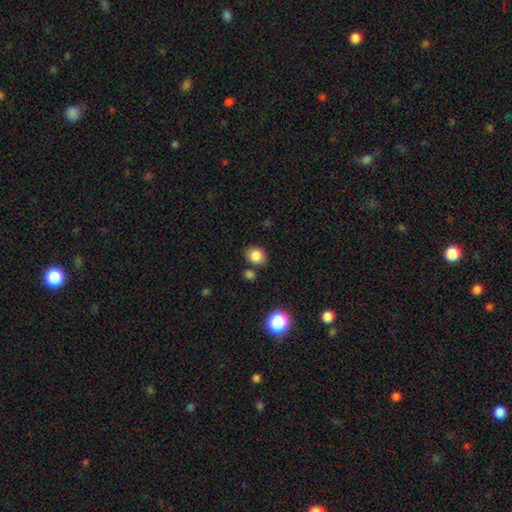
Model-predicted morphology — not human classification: The model was most divided on "how rounded": round: 56%, in between: 43%, cigar-shaped: 1%. More confident: smooth or featured — smooth (84%); merging — none (75%).